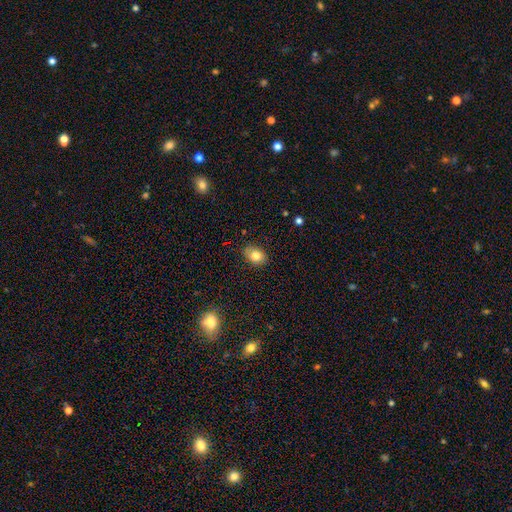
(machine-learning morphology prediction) Smooth or featured? Predicted: smooth (p=0.82). How rounded? Predicted: in between (p=0.71). Merging? Predicted: none (p=0.80).